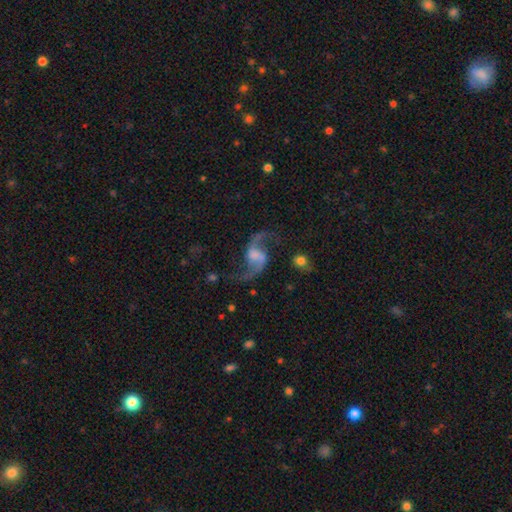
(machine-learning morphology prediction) smooth_or_featured: featured or disk (p=0.90) [alt: star or artifact p=0.05]
disk_edge_on: no (p=0.98) [alt: yes p=0.02]
bar: weak (p=0.43) [alt: no p=0.41]
has_spiral_arms: yes (p=0.97) [alt: no p=0.03]
spiral_winding: loose (p=0.84) [alt: medium p=0.14]
spiral_arm_count: 2 (p=0.94) [alt: 1 p=0.02]
bulge_size: none (p=0.40) [alt: small p=0.23]
merging: none (p=0.72) [alt: minor disturbance p=0.15]